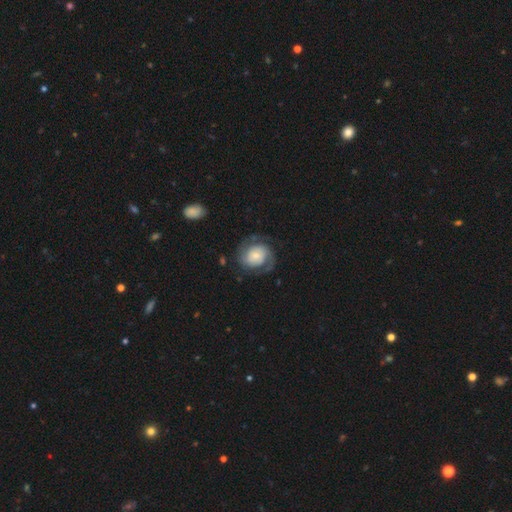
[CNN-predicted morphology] This is likely a featured or disk galaxy (70%). It is clearly not viewed edge-on (98%). Bar: likely no (73%). Spiral arm pattern: clearly yes (90%). Spiral arm count: likely 2 (78%). Spiral winding: marginally medium (41%, tied with tight). Central bulge: possibly small (57%). Merging: likely none (67%).